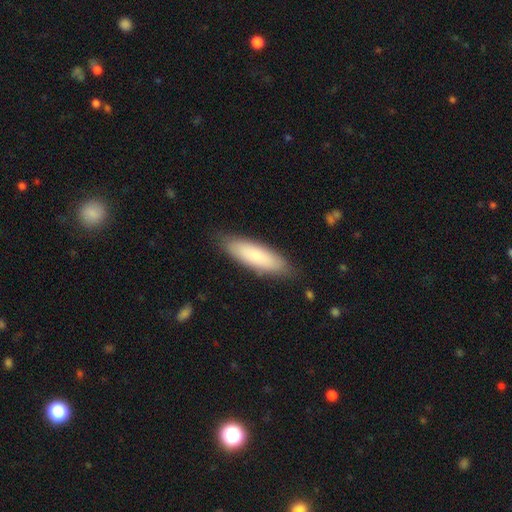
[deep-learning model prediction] smooth 78%, featured or disk 17%, star or artifact 6%. Down the decision tree: how rounded — in between (52%); merging — none (84%).